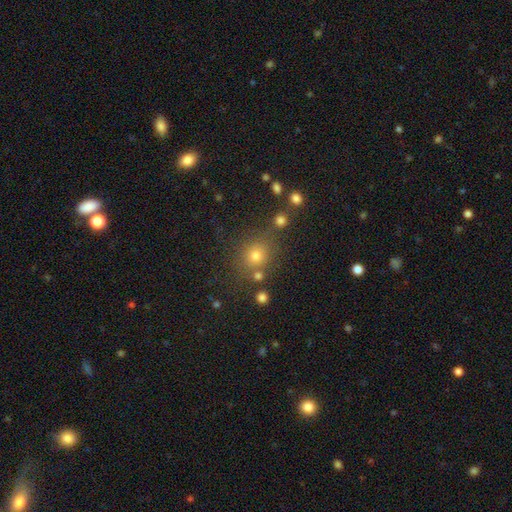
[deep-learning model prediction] A smooth galaxy with no disk features (69%) that is round (82%). Merging: none (74%).